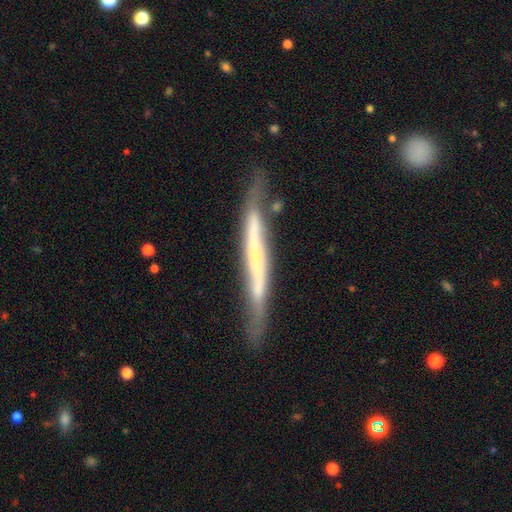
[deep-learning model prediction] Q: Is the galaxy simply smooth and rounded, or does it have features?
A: featured or disk — 67%.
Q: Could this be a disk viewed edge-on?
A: yes — 86%.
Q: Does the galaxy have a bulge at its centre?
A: none — 77%.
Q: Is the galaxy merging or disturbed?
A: none — 67%.